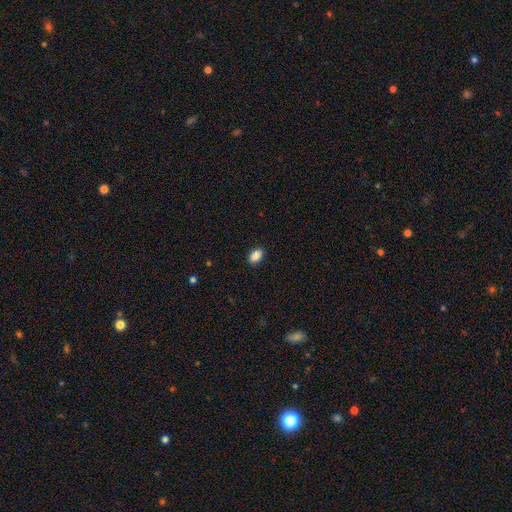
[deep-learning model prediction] Smooth or featured? smooth (88%)
How rounded? in between (89%)
Merging? none (89%)